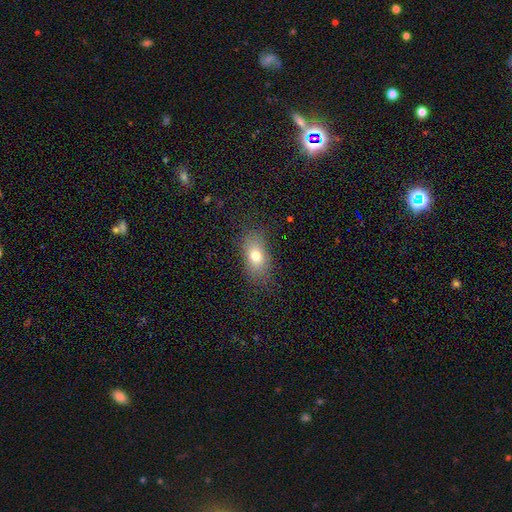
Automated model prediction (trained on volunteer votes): Morphology: type=smooth (73%); roundness=in between (81%); merging=none (79%).